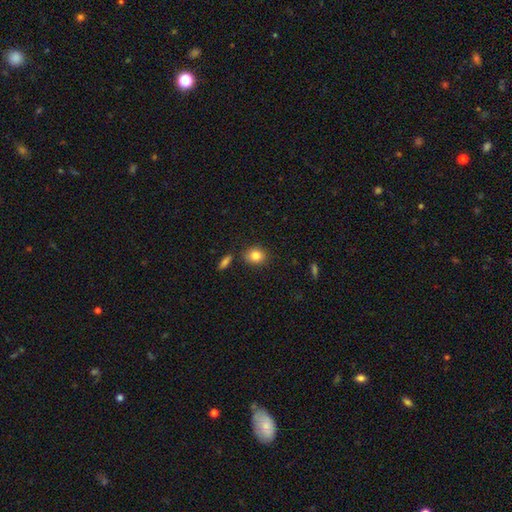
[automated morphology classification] Overall: smooth (83%). How rounded: round (62%; in between 37%). Merging: none (84%).